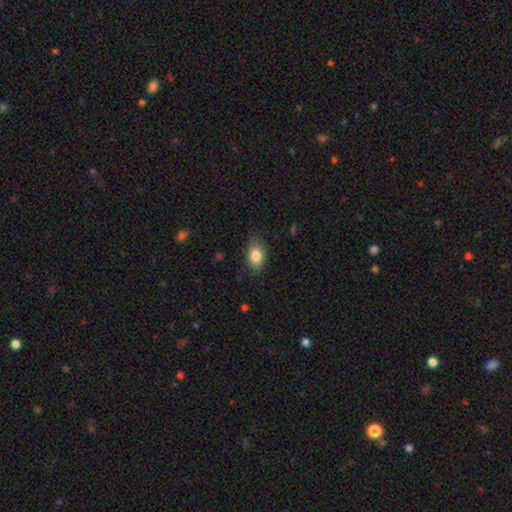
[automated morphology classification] Smooth or featured?
  - smooth: 83% *
  - featured or disk: 9%
  - star or artifact: 7%
How rounded?
  - in between: 87% *
  - round: 11%
  - cigar-shaped: 2%
Merging?
  - none: 74% *
  - minor disturbance: 20%
  - major disturbance: 5%
  - merger: 1%